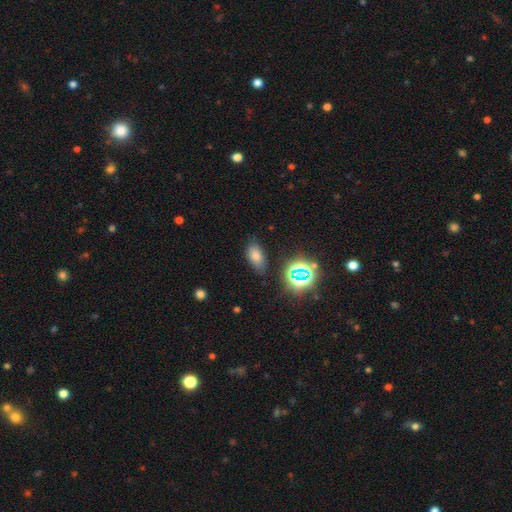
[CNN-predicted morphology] A smooth galaxy with no disk features (65%) that is in between round and cigar-shaped (85%).

Vote fractions:
- Smooth or featured? smooth: 65% / star or artifact: 25% / featured or disk: 10%
- How rounded? in between: 85% / round: 10% / cigar-shaped: 5%
- Merging? none: 82% / minor disturbance: 12% / major disturbance: 3% / merger: 2%